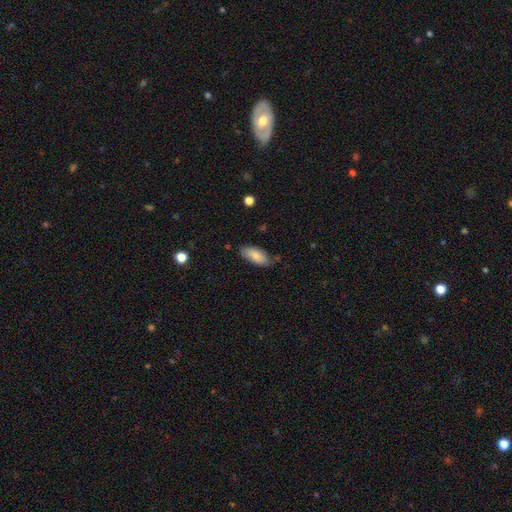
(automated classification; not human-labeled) The model was most divided on "merging": none: 76%, minor disturbance: 19%, major disturbance: 3%, merger: 2%. More confident: how rounded — in between (86%); smooth or featured — smooth (82%).